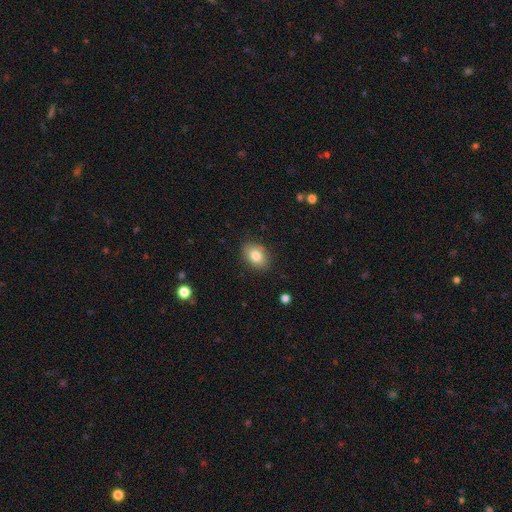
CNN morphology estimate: smooth_or_featured: smooth (p=0.83) [alt: featured or disk p=0.09]
how_rounded: in between (p=0.75) [alt: round p=0.24]
merging: none (p=0.86) [alt: minor disturbance p=0.10]